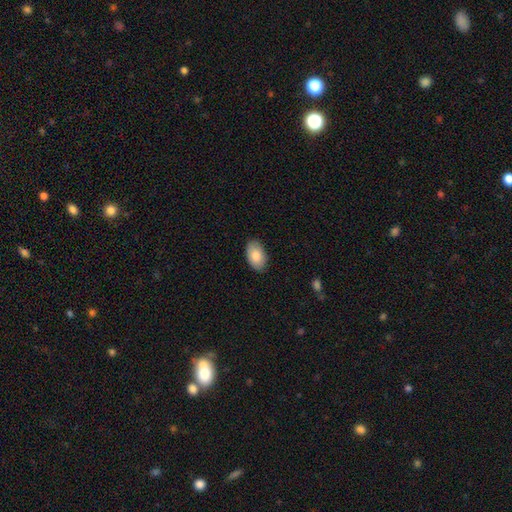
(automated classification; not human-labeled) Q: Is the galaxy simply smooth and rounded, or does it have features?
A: smooth — 85%.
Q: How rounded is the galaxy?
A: in between — 94%.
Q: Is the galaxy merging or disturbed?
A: none — 86%.